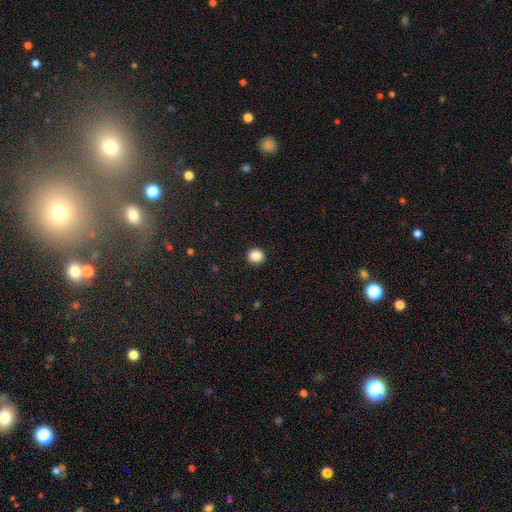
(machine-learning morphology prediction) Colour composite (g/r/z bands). It shows a smooth galaxy with no disk features (87%) that is round (89%). Merging: none (92%).